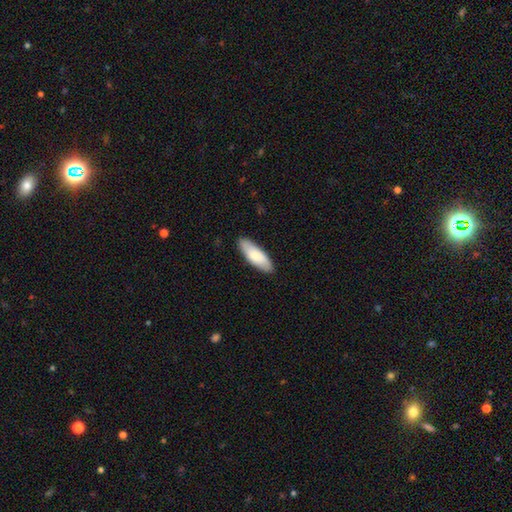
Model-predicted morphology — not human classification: Smooth or featured? Predicted: smooth (p=0.80). How rounded? Predicted: in between (p=0.61). Merging? Predicted: none (p=0.89).